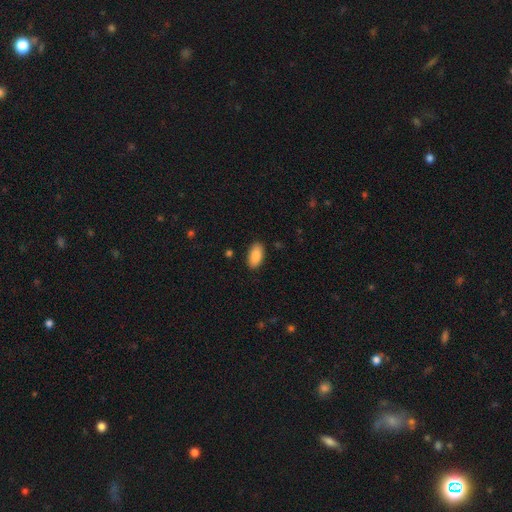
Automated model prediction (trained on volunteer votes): Overall: smooth (88%). How rounded: in between (94%). Merging: none (88%).